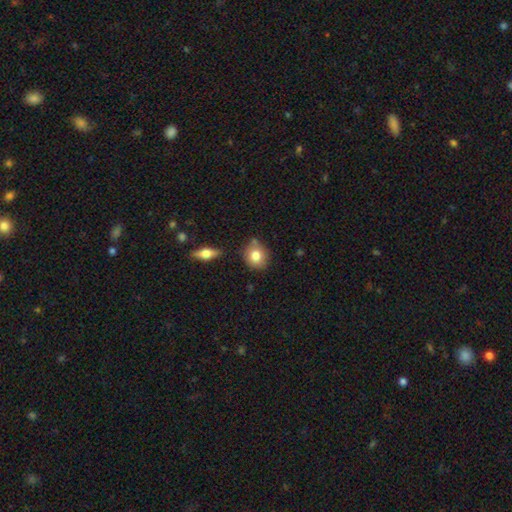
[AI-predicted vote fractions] The model was most divided on "how rounded": round: 69%, in between: 30%, cigar-shaped: 1%. More confident: smooth or featured — smooth (79%); merging — none (71%).